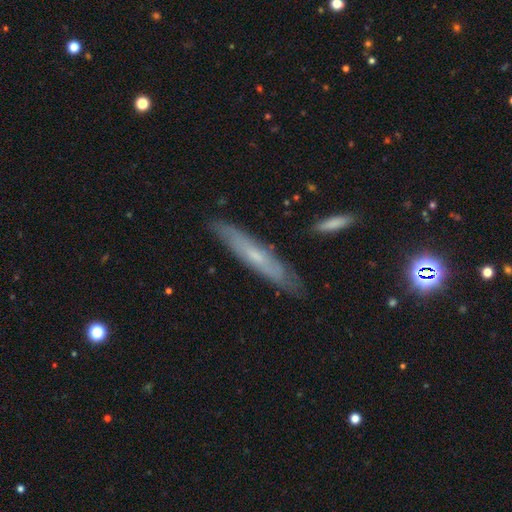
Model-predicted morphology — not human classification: A featured or disk galaxy (52%) viewed edge-on (70%).

Vote fractions:
- Smooth or featured? featured or disk: 52% / smooth: 40% / star or artifact: 7%
- Edge-on disk? yes: 70% / no: 30%
- Merging? none: 84% / minor disturbance: 12% / major disturbance: 2% / merger: 2%